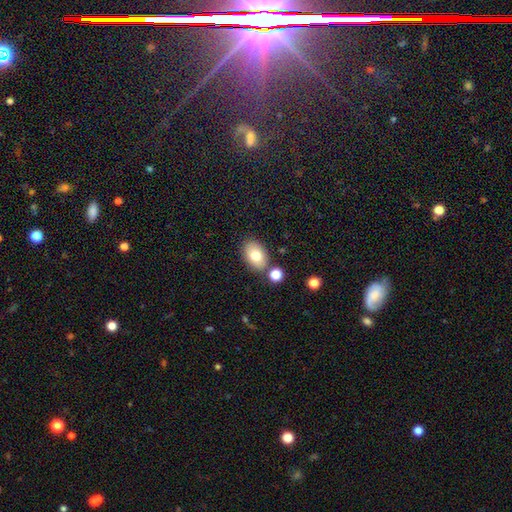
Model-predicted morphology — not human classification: Q: Smooth or featured?
A: smooth (78%); runner-up: featured or disk (14%)
Q: How rounded?
A: in between (86%); runner-up: round (13%)
Q: Merging?
A: none (78%); runner-up: minor disturbance (11%)